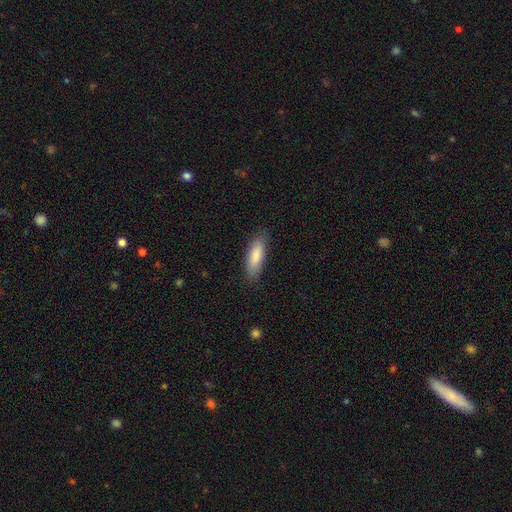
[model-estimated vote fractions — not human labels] Smooth or featured? smooth (84%)
How rounded? in between (55%)
Merging? none (84%)